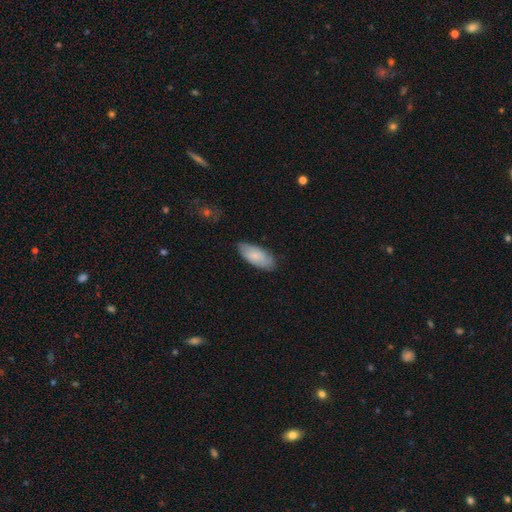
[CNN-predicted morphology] smooth-or-featured: smooth: 74% | featured or disk: 20% | star or artifact: 6%
  how-rounded: in between: 87% | cigar-shaped: 11% | round: 2%
  merging: none: 78% | minor disturbance: 18% | major disturbance: 3% | merger: 1%